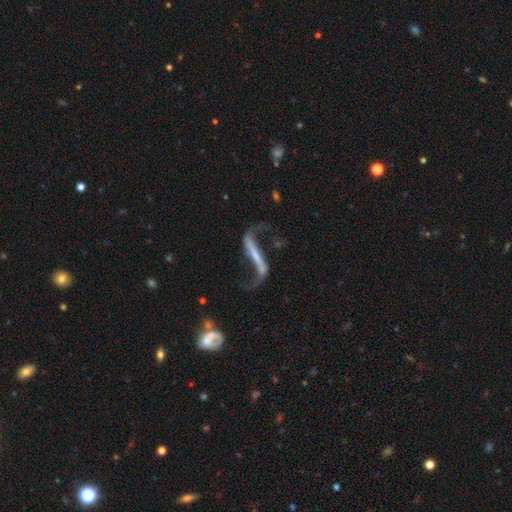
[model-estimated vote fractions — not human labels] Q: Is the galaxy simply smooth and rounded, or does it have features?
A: featured or disk — 84%.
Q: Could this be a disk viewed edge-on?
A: no — 78%.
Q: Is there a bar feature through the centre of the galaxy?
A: strong — 67%.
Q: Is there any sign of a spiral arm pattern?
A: yes — 90%.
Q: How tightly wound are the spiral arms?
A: loose — 93%.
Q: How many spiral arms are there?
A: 2 — 90%.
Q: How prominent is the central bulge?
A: none — 41%.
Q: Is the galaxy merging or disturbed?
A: none — 53%.